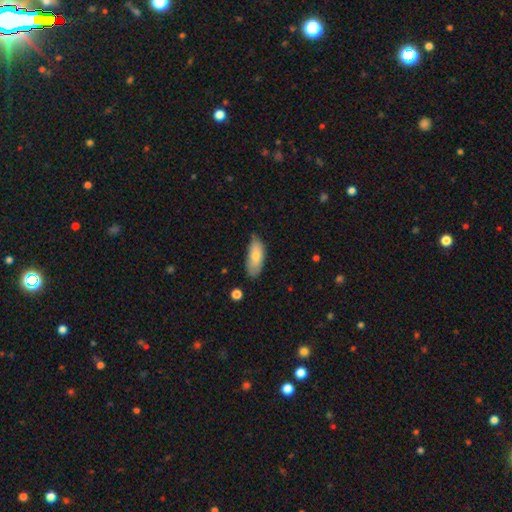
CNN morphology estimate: Overall: smooth (76%). How rounded: in between (84%). Merging: none (67%; minor disturbance 27%).